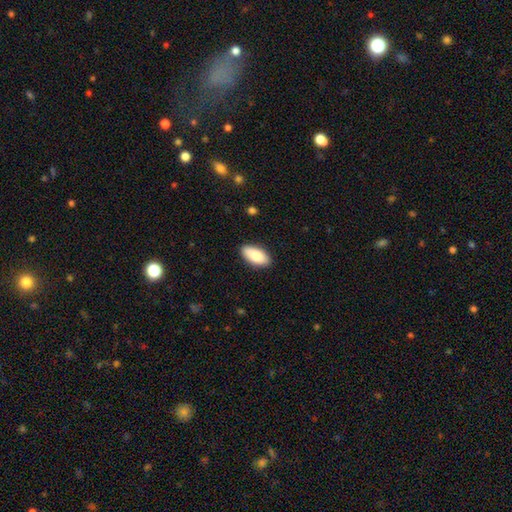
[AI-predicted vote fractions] The model was most divided on "merging": none: 88%, minor disturbance: 9%, major disturbance: 2%, merger: 1%. More confident: how rounded — in between (92%); smooth or featured — smooth (87%).